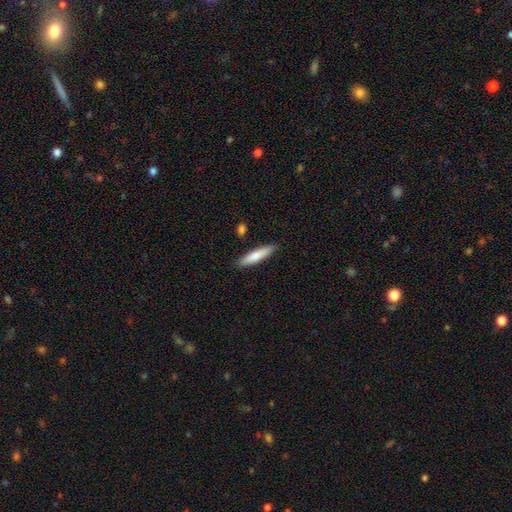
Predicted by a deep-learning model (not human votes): Smooth or featured?
  - smooth: 75% *
  - featured or disk: 19%
  - star or artifact: 5%
How rounded?
  - cigar-shaped: 82% *
  - in between: 17%
  - round: 1%
Merging?
  - none: 87% *
  - minor disturbance: 9%
  - merger: 2%
  - major disturbance: 2%